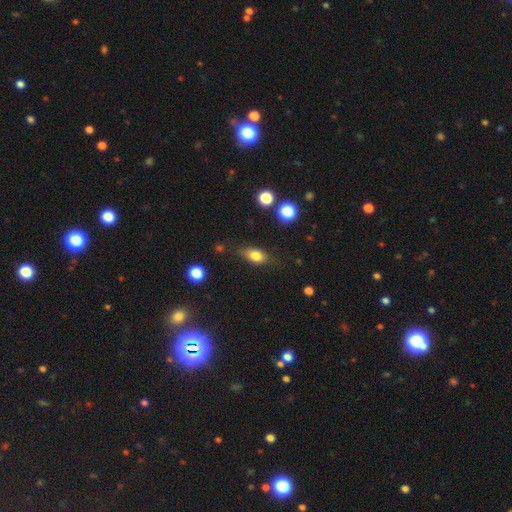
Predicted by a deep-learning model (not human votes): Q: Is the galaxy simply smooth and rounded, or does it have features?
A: smooth — 78%.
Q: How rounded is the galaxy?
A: in between — 79%.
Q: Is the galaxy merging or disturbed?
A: none — 71%.